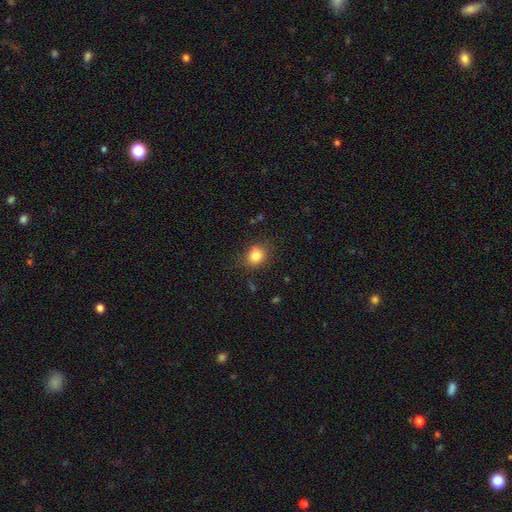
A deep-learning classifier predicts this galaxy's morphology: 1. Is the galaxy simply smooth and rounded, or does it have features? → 84% smooth, 10% star or artifact, 6% featured or disk.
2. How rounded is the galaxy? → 66% round, 33% in between, 1% cigar-shaped.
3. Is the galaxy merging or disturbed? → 79% none, 15% minor disturbance, 4% major disturbance, 2% merger.